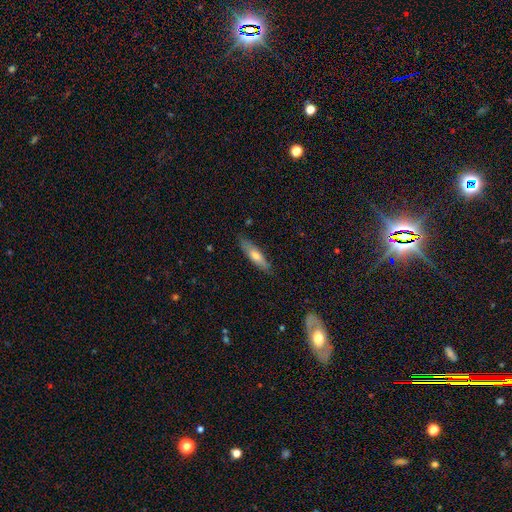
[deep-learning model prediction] Smooth or featured? smooth (57%)
How rounded? cigar-shaped (71%)
Merging? none (83%)